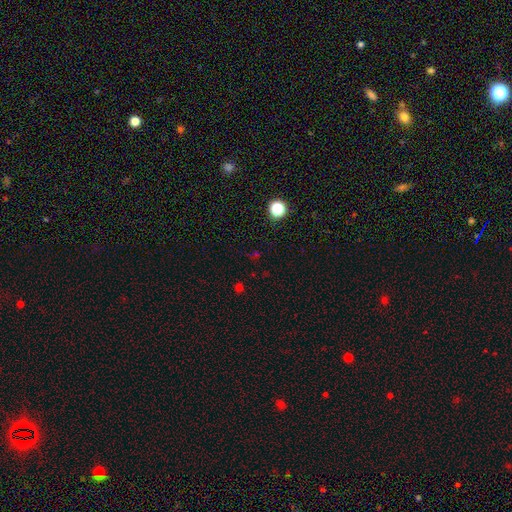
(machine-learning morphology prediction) Smooth or featured: star or artifact — 56% (smooth — 38%)